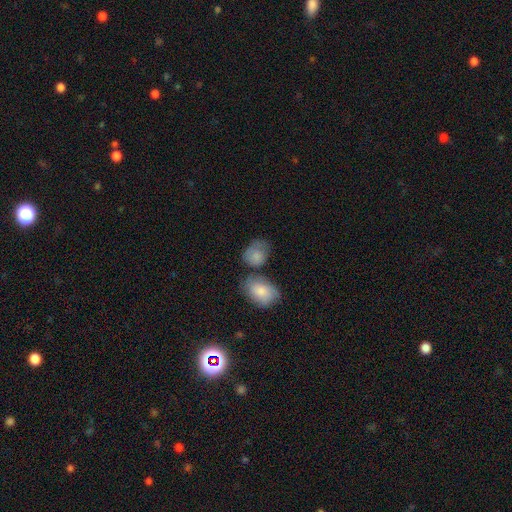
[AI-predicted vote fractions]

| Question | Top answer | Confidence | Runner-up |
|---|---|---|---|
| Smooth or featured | smooth | 80% | featured or disk (13%) |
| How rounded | in between | 56% | round (43%) |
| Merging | none | 41% | minor disturbance (26%) |